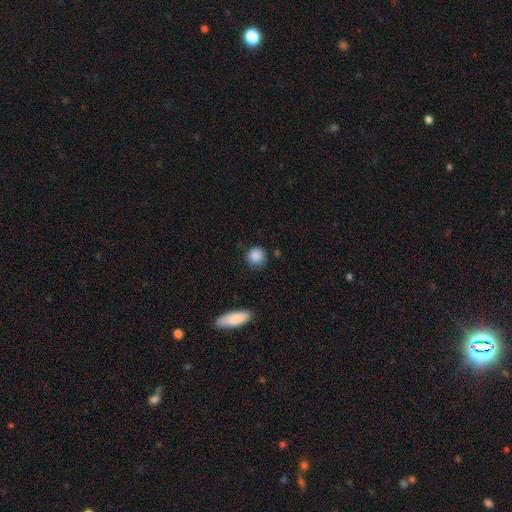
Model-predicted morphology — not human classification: A smooth galaxy with no disk features (88%) that is round (89%). Merging: none (83%).